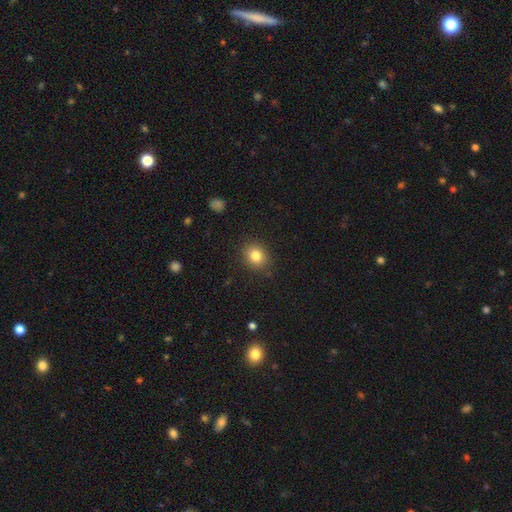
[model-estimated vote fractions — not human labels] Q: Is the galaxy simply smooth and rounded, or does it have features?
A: smooth — 83%.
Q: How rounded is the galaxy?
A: round — 66%.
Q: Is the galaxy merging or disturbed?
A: none — 88%.